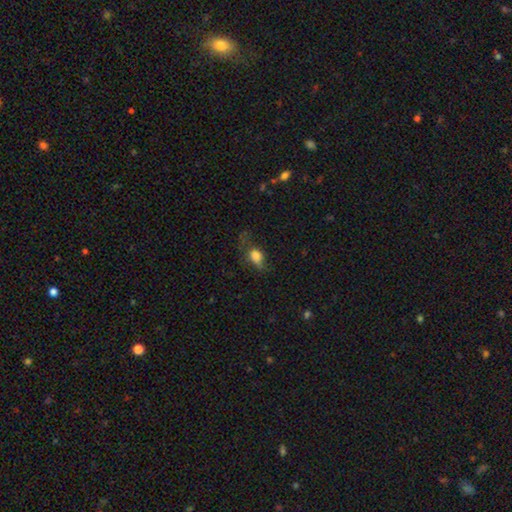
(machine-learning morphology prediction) The model was most divided on "merging": none: 36%, major disturbance: 32%, minor disturbance: 30%, merger: 3%. More confident: smooth or featured — smooth (75%); how rounded — in between (58%).